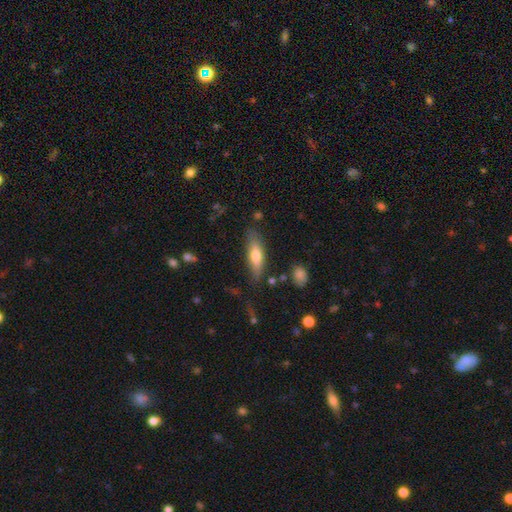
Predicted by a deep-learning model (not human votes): The model was most divided on "how rounded": cigar-shaped: 55%, in between: 43%, round: 2%. More confident: merging — none (77%); smooth or featured — smooth (64%).